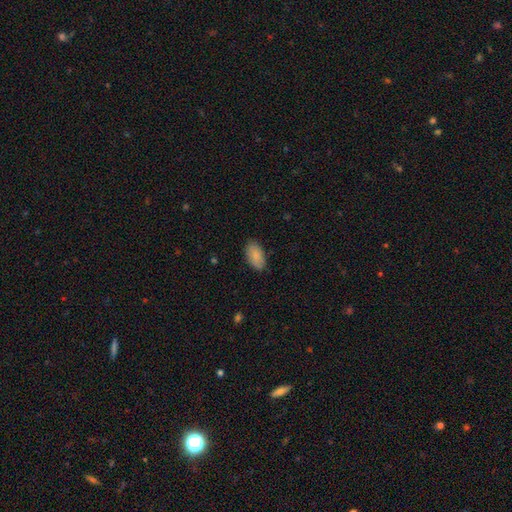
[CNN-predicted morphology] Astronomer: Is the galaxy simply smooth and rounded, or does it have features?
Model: smooth — 88%.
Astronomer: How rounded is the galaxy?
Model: in between — 94%.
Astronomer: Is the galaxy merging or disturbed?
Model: none — 85%.